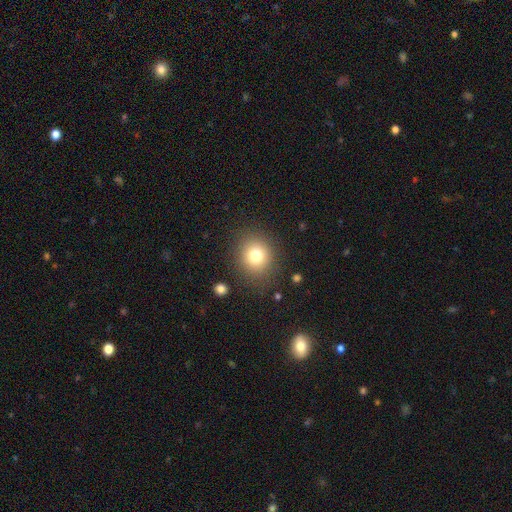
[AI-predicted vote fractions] This appears to be a smooth galaxy with no disk features (78%) that is round (80%). Merging: none (85%).